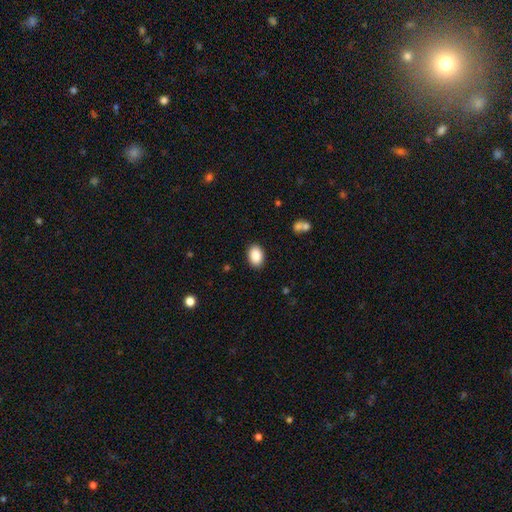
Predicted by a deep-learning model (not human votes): Overall: smooth (89%). How rounded: in between (87%). Merging: none (89%).